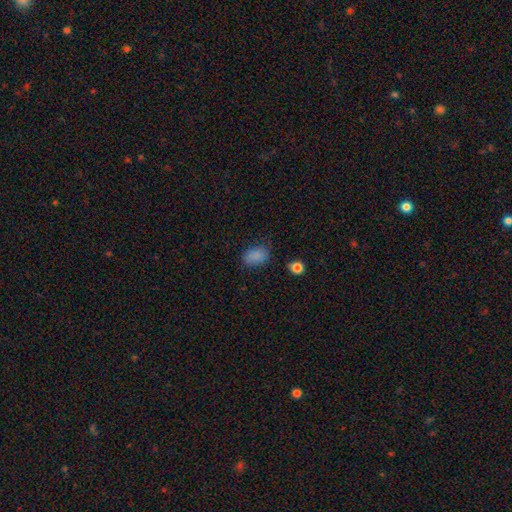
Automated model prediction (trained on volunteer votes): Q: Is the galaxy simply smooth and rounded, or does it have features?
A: smooth — 83%.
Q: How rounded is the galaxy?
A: in between — 82%.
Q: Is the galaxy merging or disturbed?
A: none — 70%.